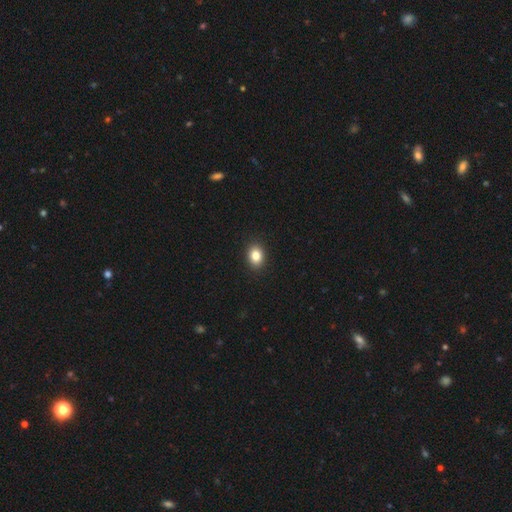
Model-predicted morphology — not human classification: A smooth galaxy with no disk features (84%) that is in between round and cigar-shaped (61%). Merging: none (91%).